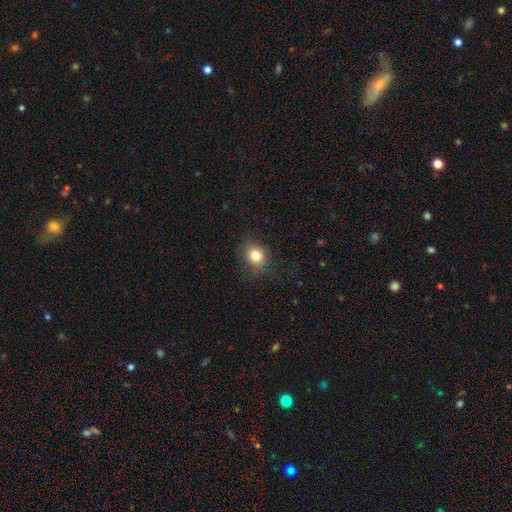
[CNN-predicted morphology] smooth_or_featured: smooth (p=0.81) [alt: star or artifact p=0.12]
how_rounded: round (p=0.70) [alt: in between p=0.29]
merging: none (p=0.82) [alt: minor disturbance p=0.13]